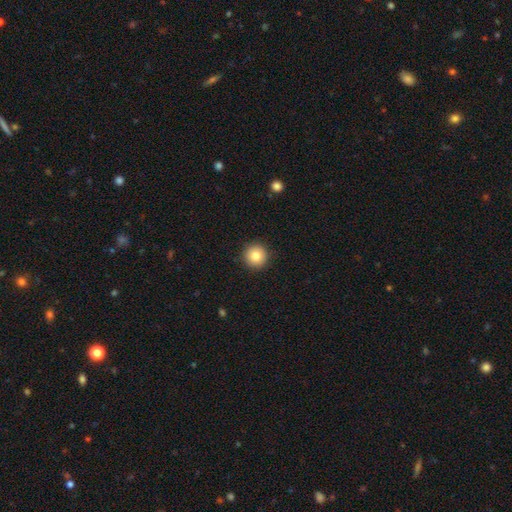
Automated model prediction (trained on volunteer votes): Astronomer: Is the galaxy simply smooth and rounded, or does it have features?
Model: smooth — 84%.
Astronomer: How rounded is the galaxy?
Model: round — 95%.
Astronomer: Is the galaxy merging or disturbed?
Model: none — 92%.